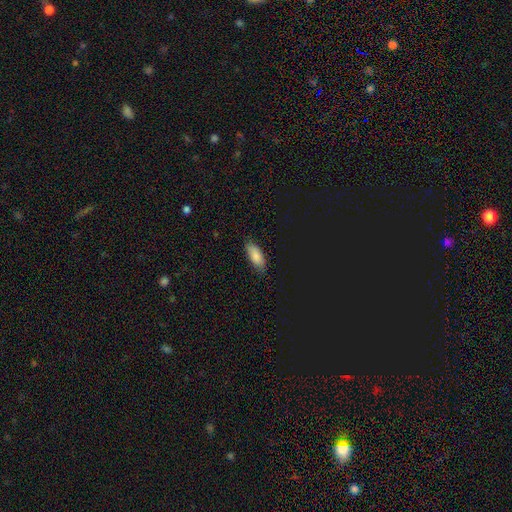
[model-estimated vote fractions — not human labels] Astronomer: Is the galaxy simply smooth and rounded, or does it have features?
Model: smooth — 83%.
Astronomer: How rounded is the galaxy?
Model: in between — 83%.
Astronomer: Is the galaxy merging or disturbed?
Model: none — 80%.